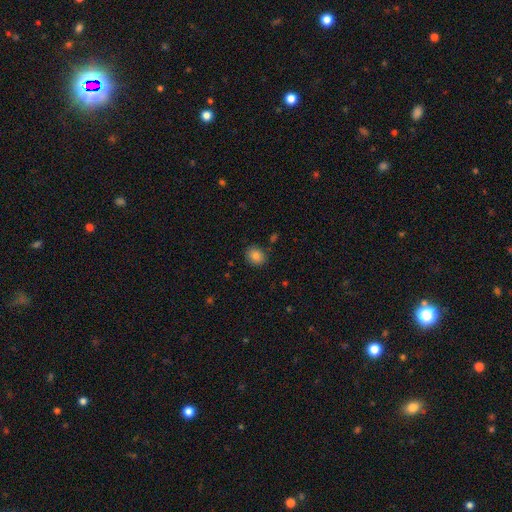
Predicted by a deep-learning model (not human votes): A smooth galaxy with no disk features (85%) that is round (63%). Merging: none (85%).